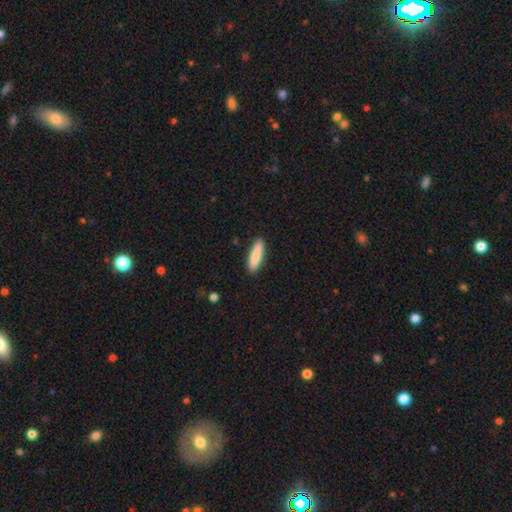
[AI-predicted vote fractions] Overall: smooth (85%). How rounded: cigar-shaped (76%). Merging: none (90%).